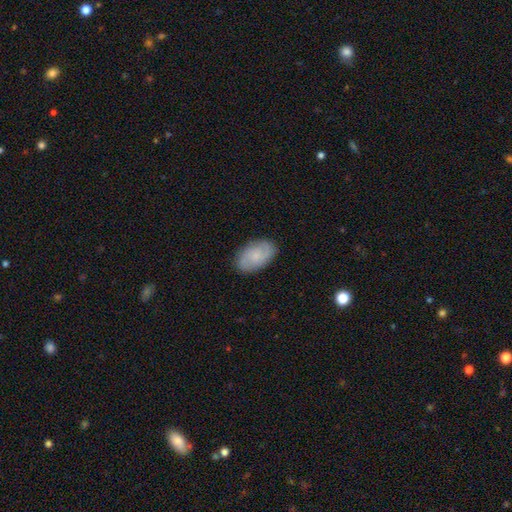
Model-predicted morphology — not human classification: Smooth or featured? smooth (48%)
Merging? none (85%)